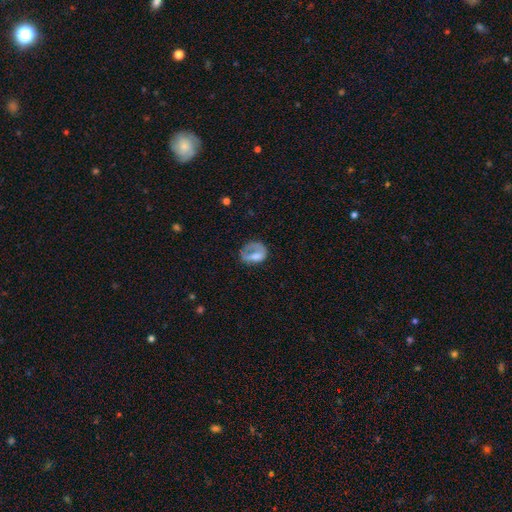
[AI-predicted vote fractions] Smooth or featured? smooth (56%)
How rounded? in between (57%)
Merging? major disturbance (40%)